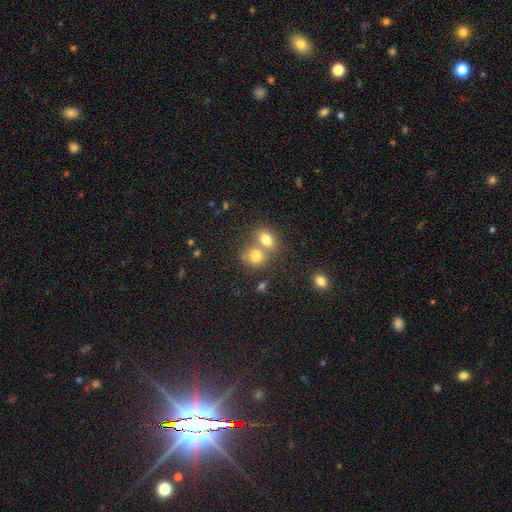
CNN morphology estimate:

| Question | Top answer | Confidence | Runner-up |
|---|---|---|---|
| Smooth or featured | smooth | 78% | featured or disk (11%) |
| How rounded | round | 60% | in between (39%) |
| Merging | merger | 54% | none (35%) |